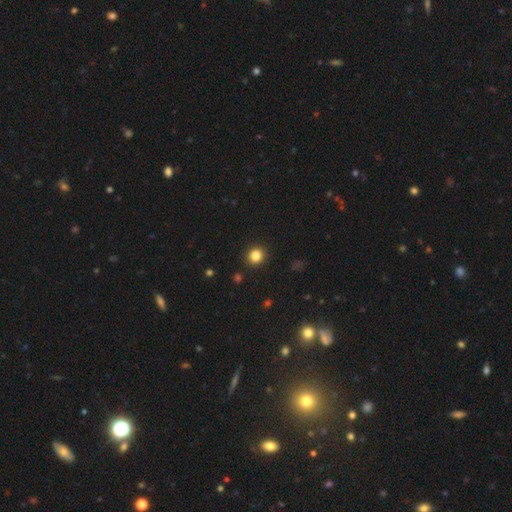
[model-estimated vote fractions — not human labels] Smooth or featured? smooth (84%)
How rounded? round (87%)
Merging? none (92%)